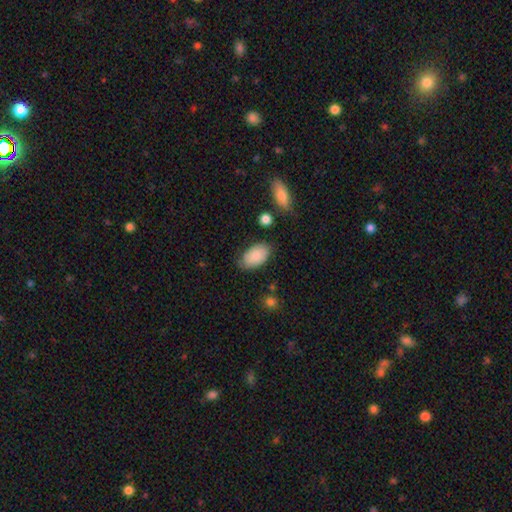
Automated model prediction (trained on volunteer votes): Smooth or featured?
  - smooth: 78% *
  - featured or disk: 16%
  - star or artifact: 7%
How rounded?
  - in between: 93% *
  - round: 5%
  - cigar-shaped: 1%
Merging?
  - none: 75% *
  - minor disturbance: 19%
  - major disturbance: 4%
  - merger: 2%